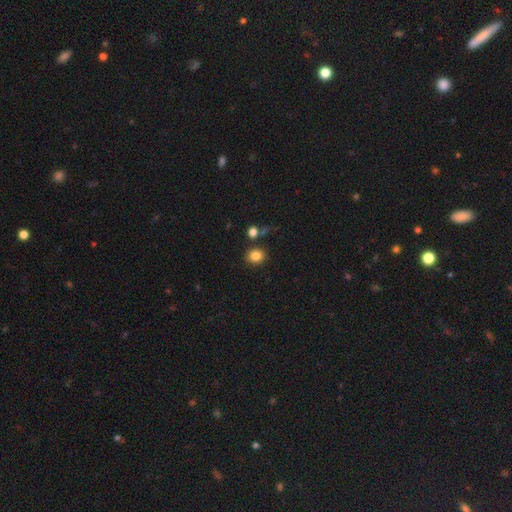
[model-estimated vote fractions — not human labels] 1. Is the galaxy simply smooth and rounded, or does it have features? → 84% smooth, 11% star or artifact, 5% featured or disk.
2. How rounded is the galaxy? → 71% round, 28% in between, 1% cigar-shaped.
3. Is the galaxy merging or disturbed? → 82% none, 9% minor disturbance, 7% merger, 3% major disturbance.